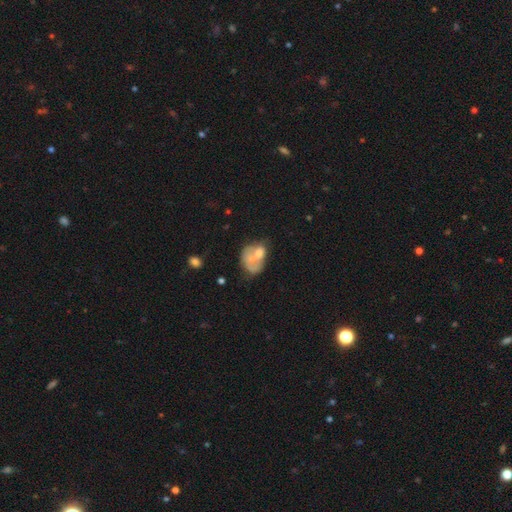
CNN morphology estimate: smooth 51%, featured or disk 40%, star or artifact 9%. Down the decision tree: how rounded — in between (70%); merging — merger (46%).